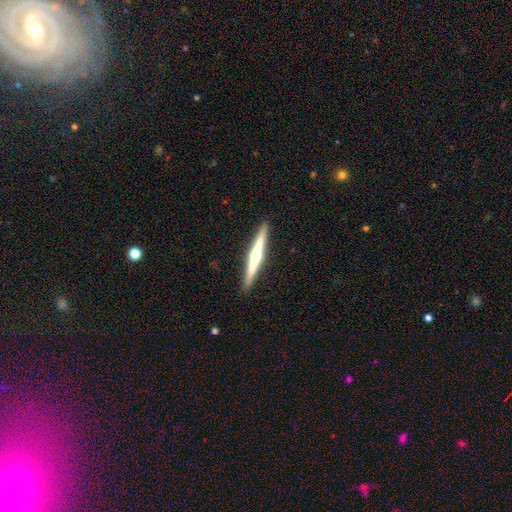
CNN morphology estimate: Smooth or featured? featured or disk (73%)
Edge-on disk? yes (98%)
Edge-on bulge? rounded (87%)
Merging? none (92%)